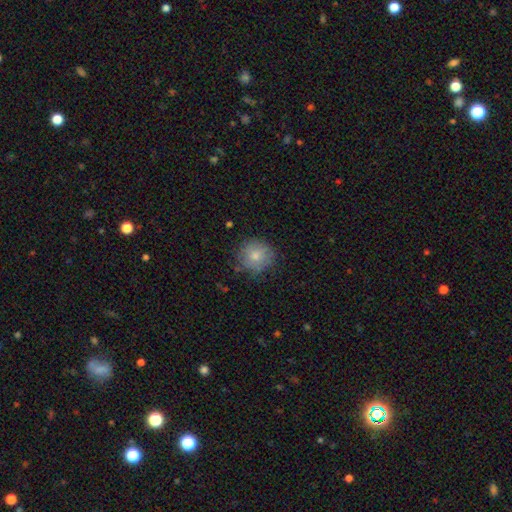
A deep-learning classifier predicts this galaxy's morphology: Smooth or featured: smooth — 74% (featured or disk — 18%)
How rounded: round — 90% (in between — 9%)
Merging: none — 73% (minor disturbance — 20%)